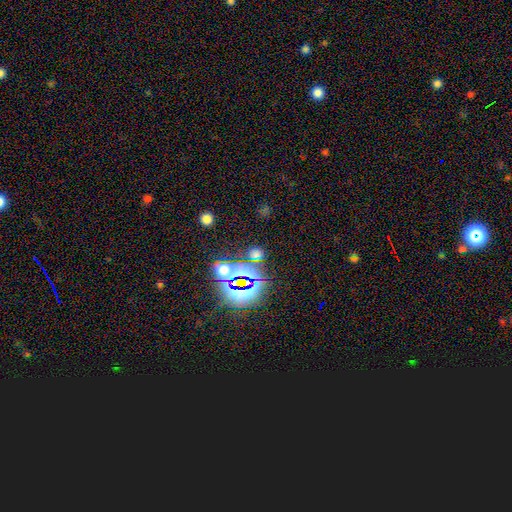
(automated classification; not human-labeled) A star or artifact, not a galaxy (58%).